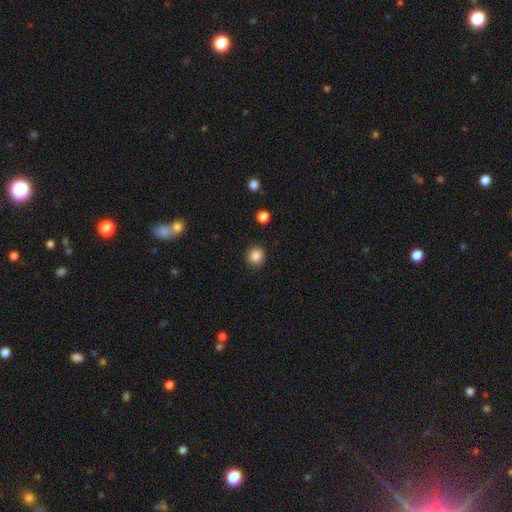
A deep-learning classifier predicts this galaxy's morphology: type=smooth (87%); roundness=round (87%); merging=none (90%).